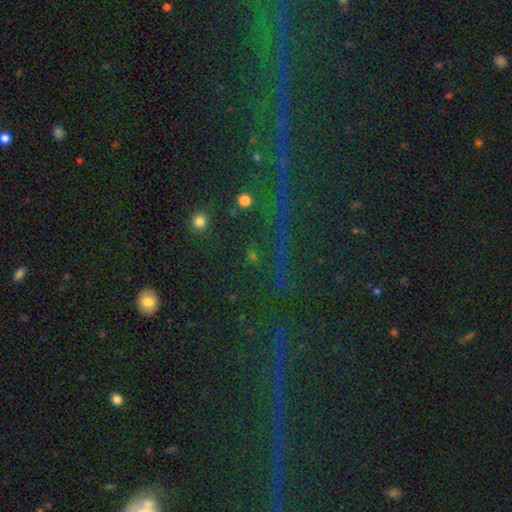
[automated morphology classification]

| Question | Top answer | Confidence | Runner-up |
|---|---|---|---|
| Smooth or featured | star or artifact | 70% | smooth (20%) |